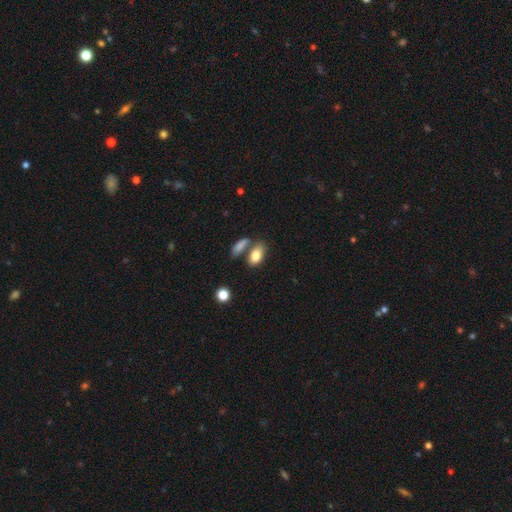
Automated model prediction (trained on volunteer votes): A smooth galaxy with no disk features (82%) that is in between round and cigar-shaped (89%). Merging: none (54%).